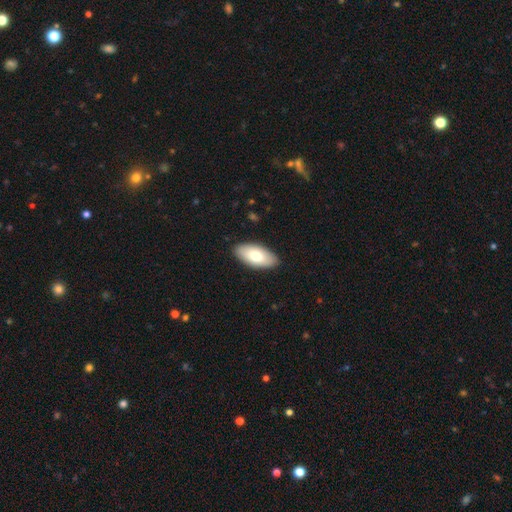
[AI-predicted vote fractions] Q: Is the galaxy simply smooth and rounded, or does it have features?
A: smooth — 75%.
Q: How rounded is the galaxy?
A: in between — 93%.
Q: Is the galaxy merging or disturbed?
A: none — 89%.